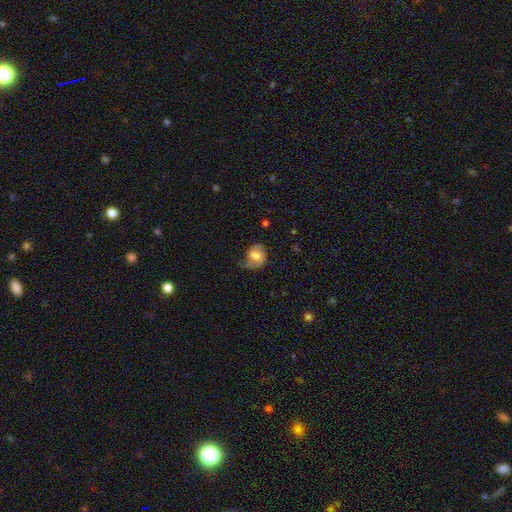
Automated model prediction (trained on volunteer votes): Q: Smooth or featured?
A: smooth (55%); runner-up: featured or disk (37%)
Q: How rounded?
A: round (51%); runner-up: in between (48%)
Q: Merging?
A: none (40%); runner-up: minor disturbance (31%)